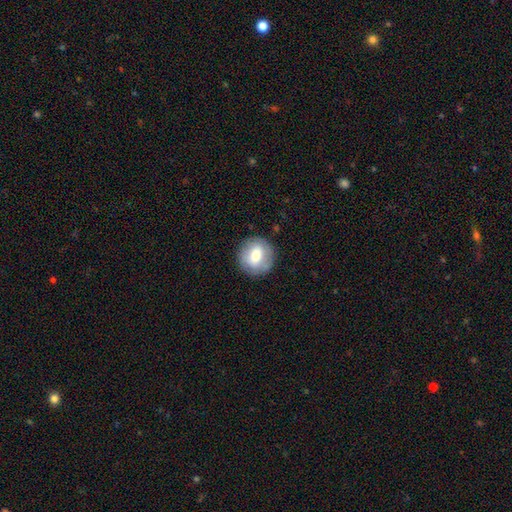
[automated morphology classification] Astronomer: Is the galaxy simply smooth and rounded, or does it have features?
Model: smooth — 66%.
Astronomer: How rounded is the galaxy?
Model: round — 91%.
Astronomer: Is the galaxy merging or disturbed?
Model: none — 87%.